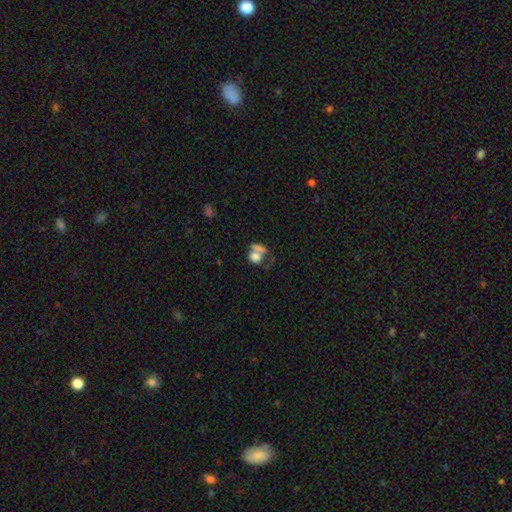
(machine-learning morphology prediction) Overall: smooth (73%). How rounded: round (55%; in between 43%). Merging: merger (51%; none 29%).